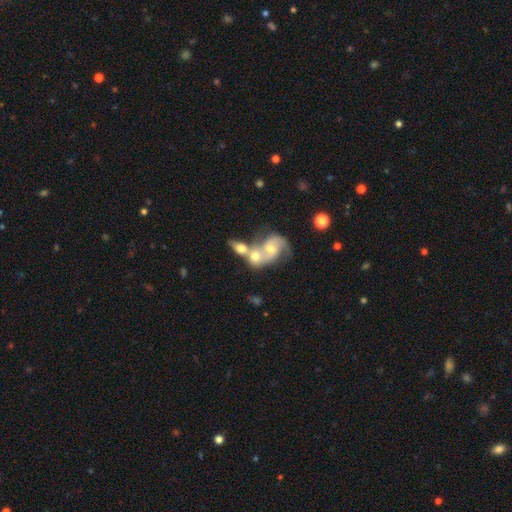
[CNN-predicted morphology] Smooth or featured? Predicted: featured or disk (p=0.62). Edge-on disk? Predicted: no (p=0.95). Bar? Predicted: no (p=0.69). Spiral arms? Predicted: yes (p=0.61). Bulge size? Predicted: moderate (p=0.46). Merging? Predicted: merger (p=0.61).